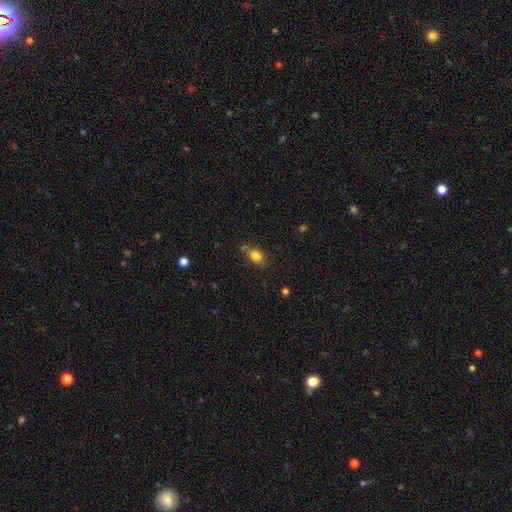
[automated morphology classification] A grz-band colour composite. It shows a smooth galaxy with no disk features (82%) that is in between round and cigar-shaped (73%). Merging: none (70%).